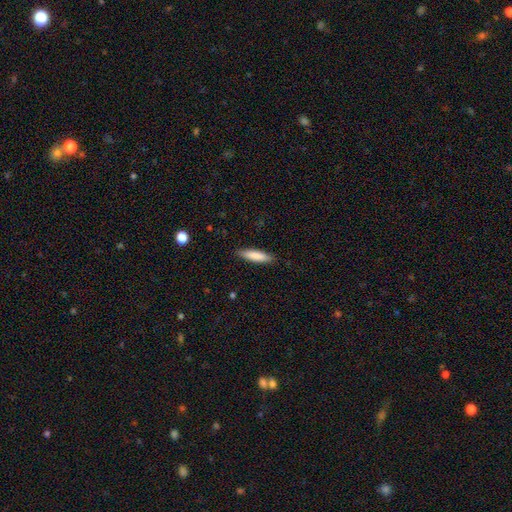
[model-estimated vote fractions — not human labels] Q: Smooth or featured?
A: smooth (83%); runner-up: featured or disk (11%)
Q: How rounded?
A: cigar-shaped (75%); runner-up: in between (23%)
Q: Merging?
A: none (88%); runner-up: minor disturbance (9%)